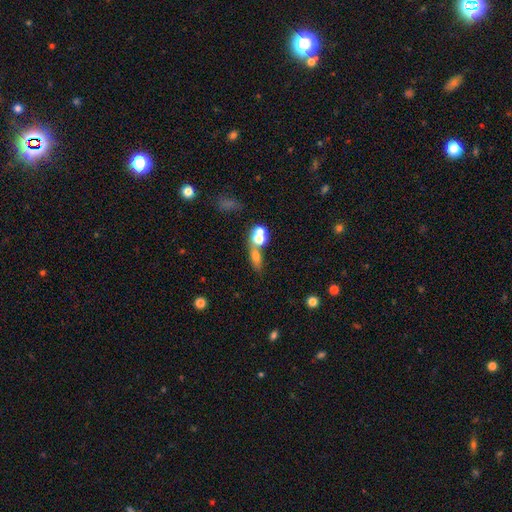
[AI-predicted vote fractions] smooth_or_featured: smooth (p=0.63) [alt: featured or disk p=0.21]
how_rounded: in between (p=0.50) [alt: round p=0.36]
merging: merger (p=0.54) [alt: none p=0.29]